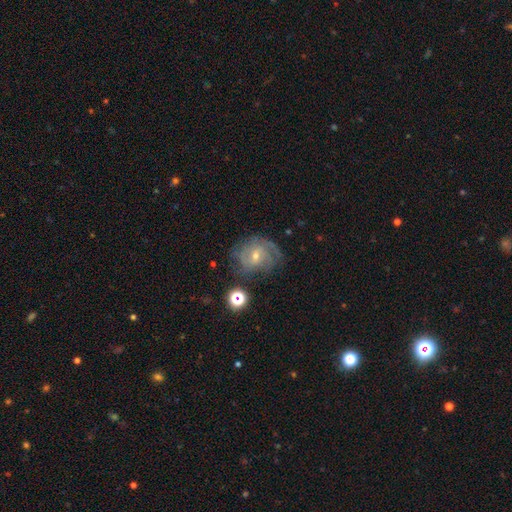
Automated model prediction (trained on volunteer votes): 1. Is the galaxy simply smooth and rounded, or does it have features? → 75% featured or disk, 13% smooth, 11% star or artifact.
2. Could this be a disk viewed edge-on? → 97% no, 3% yes.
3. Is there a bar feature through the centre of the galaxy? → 47% weak, 43% no, 10% strong.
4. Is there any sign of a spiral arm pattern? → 92% yes, 8% no.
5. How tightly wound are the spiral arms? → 49% tight, 38% medium, 13% loose.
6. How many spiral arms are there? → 36% can't tell, 27% 2, 19% 3, 7% 4, 6% 1, 4% more than 4.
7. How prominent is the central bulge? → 58% small, 38% moderate, 2% none, 1% large, 1% dominant.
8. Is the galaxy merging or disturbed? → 66% none, 20% minor disturbance, 11% major disturbance, 3% merger.